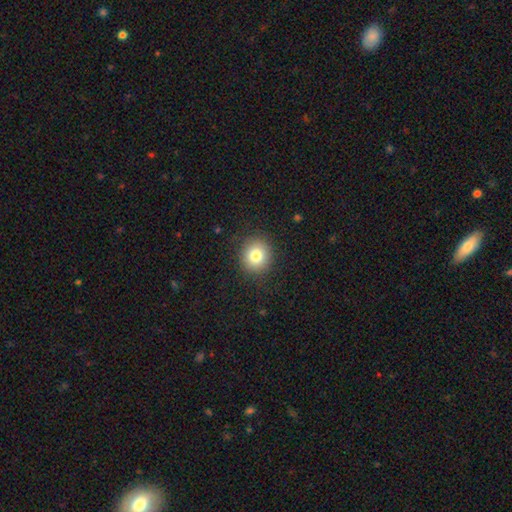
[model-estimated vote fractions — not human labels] A smooth galaxy with no disk features (81%) that is round (88%).

Vote fractions:
- Smooth or featured? smooth: 81% / star or artifact: 10% / featured or disk: 8%
- How rounded? round: 88% / in between: 11% / cigar-shaped: 1%
- Merging? none: 90% / minor disturbance: 7% / major disturbance: 2% / merger: 1%